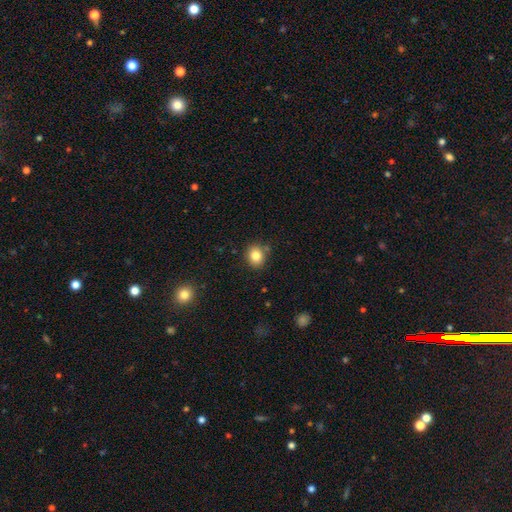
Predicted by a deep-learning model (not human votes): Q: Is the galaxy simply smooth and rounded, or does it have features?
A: smooth — 83%.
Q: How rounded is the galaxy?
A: round — 69%.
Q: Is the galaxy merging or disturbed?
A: none — 82%.